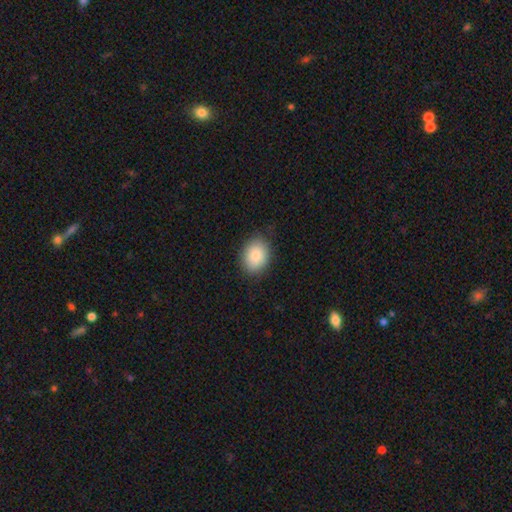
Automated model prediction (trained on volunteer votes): Morphology: type=smooth (85%); roundness=in between (63%); merging=none (85%).